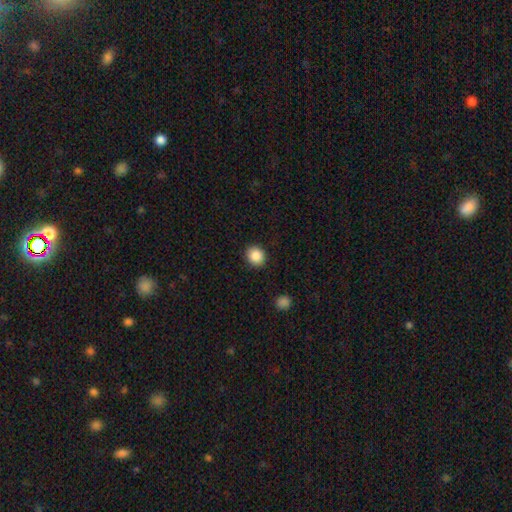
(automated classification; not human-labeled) Overall: smooth (87%). How rounded: round (78%). Merging: none (90%).